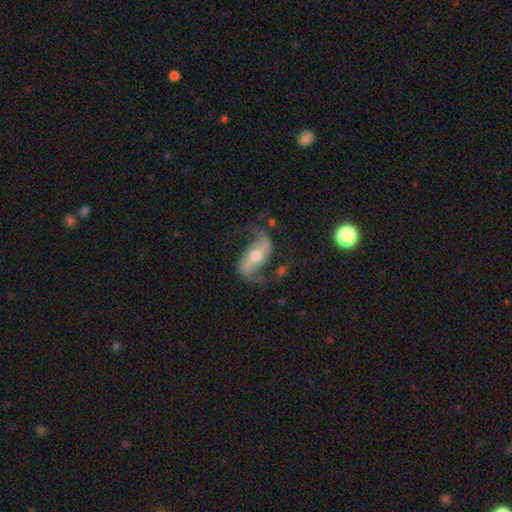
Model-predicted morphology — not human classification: This appears to be a featured or disk galaxy (86%) with a weak bar (38%), 2 (92%) loose (68%) spiral arms (95%) and a moderate central bulge (61%). Merging: none (68%).